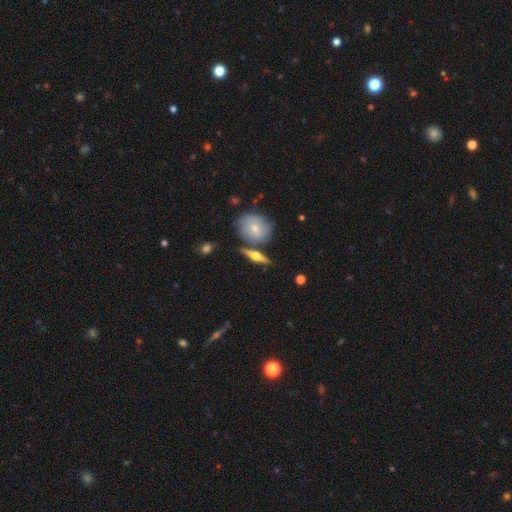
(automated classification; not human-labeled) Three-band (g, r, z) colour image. It shows a featured or disk galaxy (63%) viewed edge-on (94%) with a rounded central bulge (94%). Merging: none (75%).